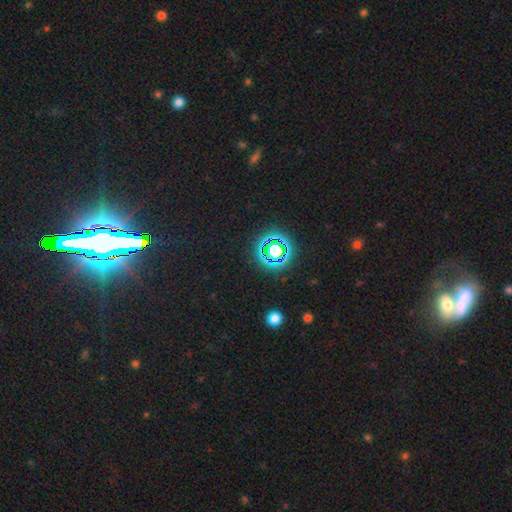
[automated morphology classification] Smooth or featured? star or artifact (82%)